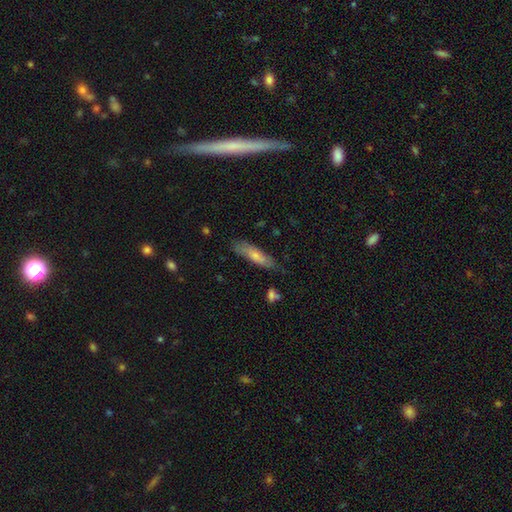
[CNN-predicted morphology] smooth 69%, featured or disk 25%, star or artifact 6%. Down the decision tree: how rounded — cigar-shaped (66%); merging — none (73%).